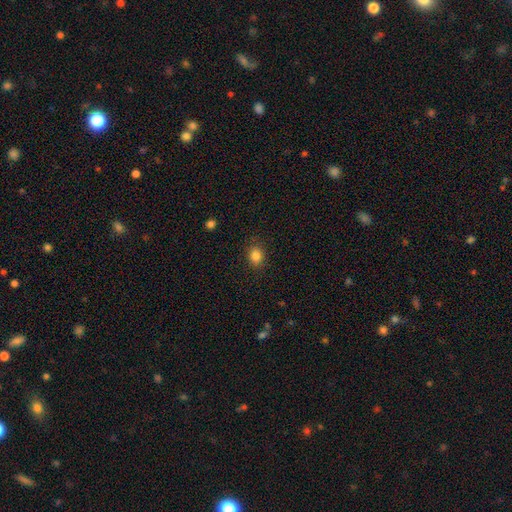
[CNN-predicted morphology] A smooth galaxy with no disk features (85%) that is in between round and cigar-shaped (54%). Merging: none (86%).